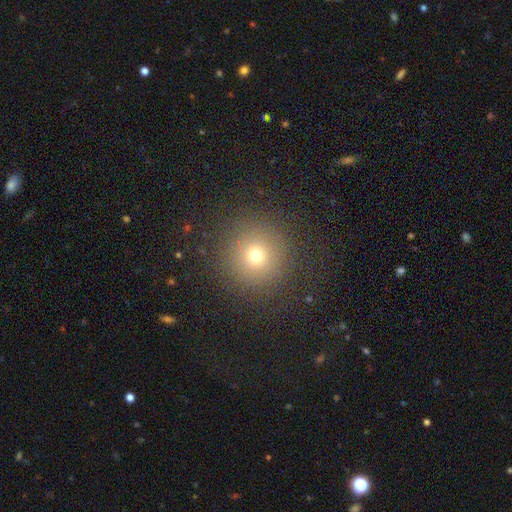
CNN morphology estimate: smooth_or_featured: smooth (p=0.70) [alt: star or artifact p=0.20]
how_rounded: round (p=0.95) [alt: in between p=0.04]
merging: none (p=0.88) [alt: minor disturbance p=0.07]